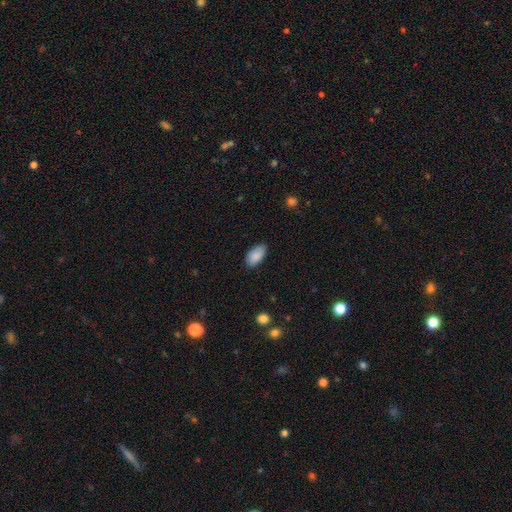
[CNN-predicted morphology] Smooth or featured: smooth — 88% (star or artifact — 7%)
How rounded: in between — 94% (round — 3%)
Merging: none — 80% (minor disturbance — 16%)